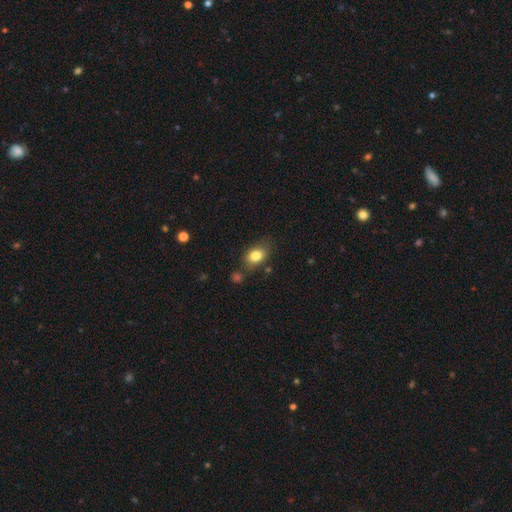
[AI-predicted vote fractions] Smooth or featured? Predicted: smooth (p=0.81). How rounded? Predicted: in between (p=0.78). Merging? Predicted: none (p=0.71).